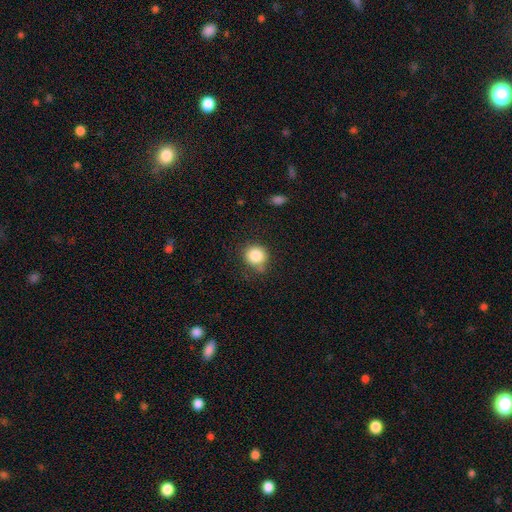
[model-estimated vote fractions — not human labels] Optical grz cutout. It shows a smooth galaxy with no disk features (84%) that is round (88%). Merging: none (73%).